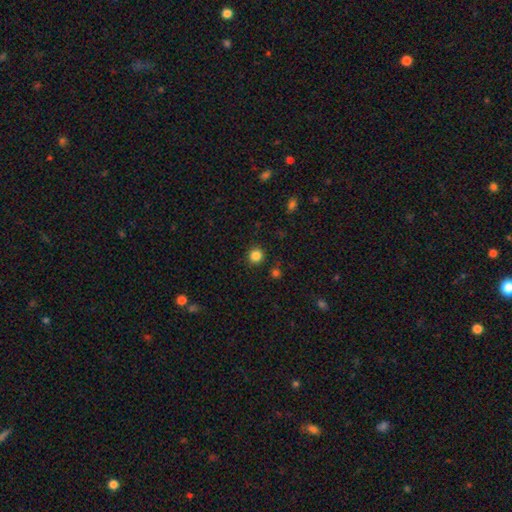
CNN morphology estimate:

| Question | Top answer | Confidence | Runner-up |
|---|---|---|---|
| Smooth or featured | smooth | 84% | star or artifact (12%) |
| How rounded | round | 91% | in between (8%) |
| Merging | none | 89% | minor disturbance (7%) |